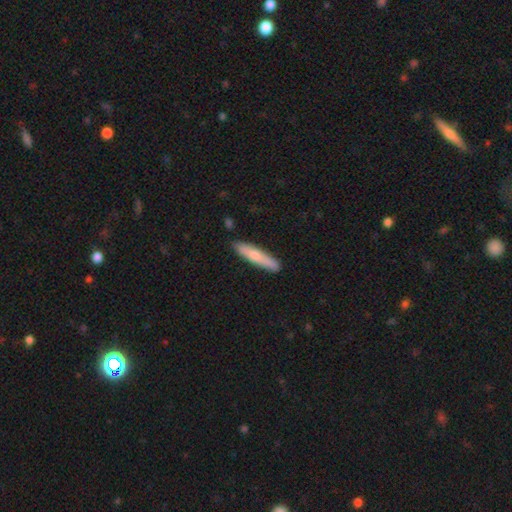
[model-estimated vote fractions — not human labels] smooth_or_featured: smooth (p=0.68) [alt: featured or disk p=0.27]
how_rounded: cigar-shaped (p=0.87) [alt: in between p=0.11]
merging: none (p=0.87) [alt: minor disturbance p=0.09]